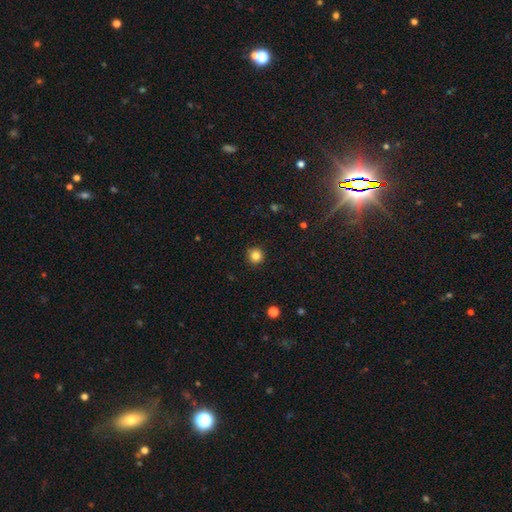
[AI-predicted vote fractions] This appears to be a smooth galaxy with no disk features (84%) that is round (95%). Merging: none (92%).